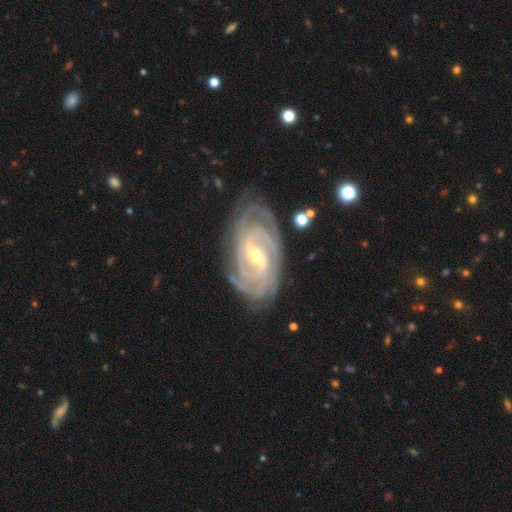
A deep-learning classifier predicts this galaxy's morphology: A featured or disk galaxy (91%) with a weak bar (46%), 3 (23%) tight (76%) spiral arms (98%) and a small central bulge (51%).

Vote fractions:
- Smooth or featured? featured or disk: 91% / star or artifact: 5% / smooth: 4%
- Edge-on disk? no: 96% / yes: 4%
- Bar? weak: 46% / strong: 36% / no: 18%
- Spiral arms? yes: 98% / no: 2%
- Spiral winding? tight: 76% / medium: 20% / loose: 3%
- Spiral arm count? 3: 23% / 4: 22% / 2: 21% / can't tell: 19% / more than 4: 8% / 1: 6%
- Bulge size? small: 51% / moderate: 46% / large: 2% / none: 1% / dominant: 1%
- Merging? none: 79% / minor disturbance: 15% / major disturbance: 4% / merger: 2%